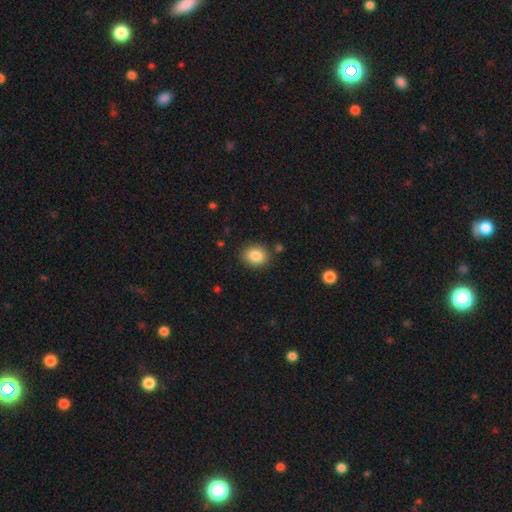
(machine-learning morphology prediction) Smooth or featured?
  - smooth: 86% *
  - star or artifact: 9%
  - featured or disk: 6%
How rounded?
  - in between: 51% *
  - round: 48%
  - cigar-shaped: 1%
Merging?
  - none: 86% *
  - minor disturbance: 10%
  - major disturbance: 3%
  - merger: 2%